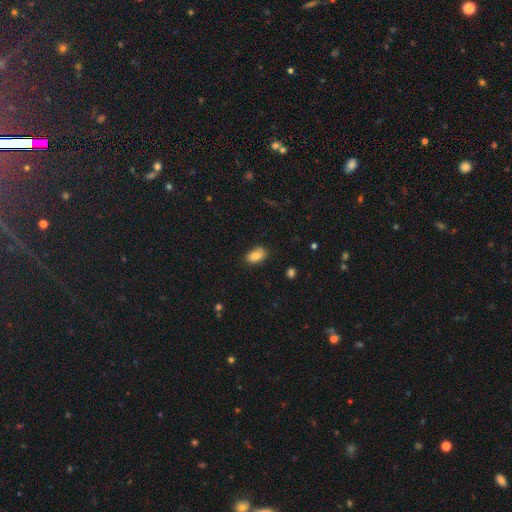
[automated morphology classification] A smooth galaxy with no disk features (83%) that is in between round and cigar-shaped (90%).

Vote fractions:
- Smooth or featured? smooth: 83% / star or artifact: 8% / featured or disk: 8%
- How rounded? in between: 90% / round: 8% / cigar-shaped: 2%
- Merging? none: 80% / minor disturbance: 16% / major disturbance: 3% / merger: 1%